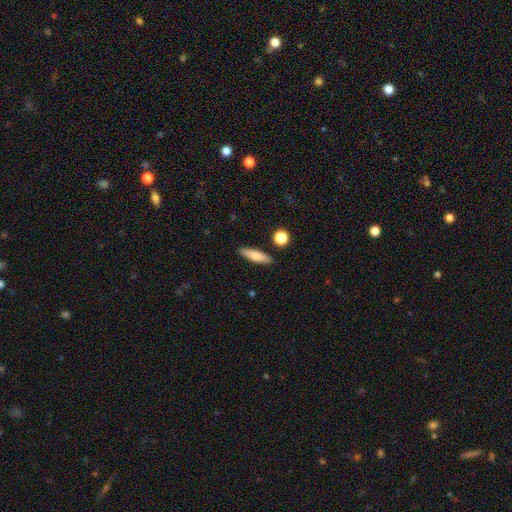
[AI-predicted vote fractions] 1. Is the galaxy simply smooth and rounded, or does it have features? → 73% smooth, 20% featured or disk, 7% star or artifact.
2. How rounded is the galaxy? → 68% cigar-shaped, 29% in between, 3% round.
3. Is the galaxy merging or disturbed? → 88% none, 8% minor disturbance, 3% merger, 2% major disturbance.